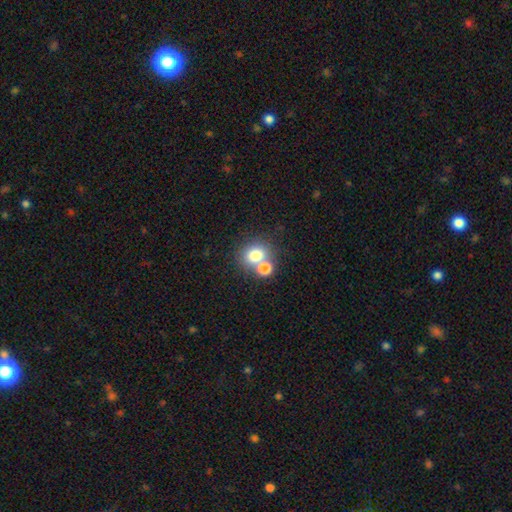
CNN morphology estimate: smooth_or_featured: smooth (p=0.75) [alt: star or artifact p=0.13]
how_rounded: round (p=0.67) [alt: in between p=0.32]
merging: none (p=0.49) [alt: merger p=0.40]